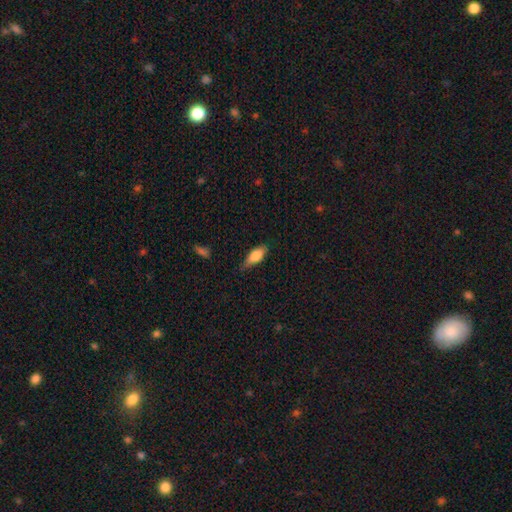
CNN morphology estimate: Smooth or featured?
  - smooth: 78% *
  - featured or disk: 15%
  - star or artifact: 6%
How rounded?
  - in between: 72% *
  - cigar-shaped: 25%
  - round: 2%
Merging?
  - none: 68% *
  - minor disturbance: 26%
  - major disturbance: 5%
  - merger: 1%